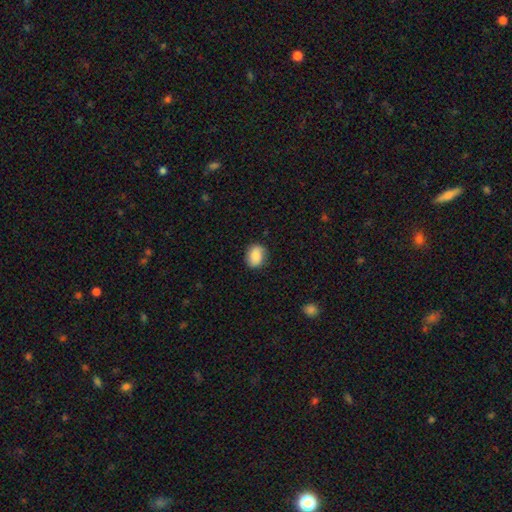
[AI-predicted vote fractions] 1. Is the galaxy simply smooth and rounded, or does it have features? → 80% smooth, 12% featured or disk, 8% star or artifact.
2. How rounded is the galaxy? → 51% in between, 48% round, 1% cigar-shaped.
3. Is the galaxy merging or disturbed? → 79% none, 16% minor disturbance, 4% major disturbance, 1% merger.